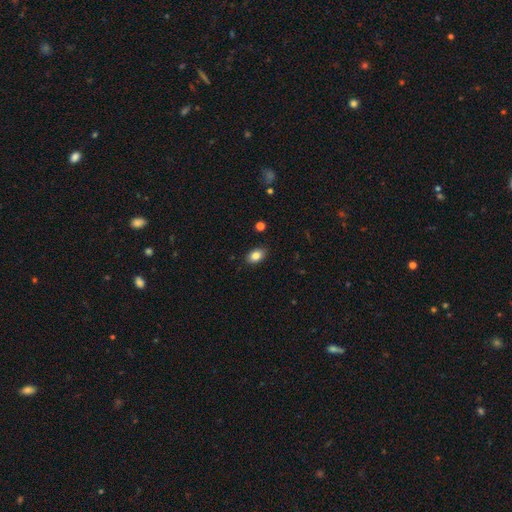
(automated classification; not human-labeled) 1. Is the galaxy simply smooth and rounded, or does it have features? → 84% smooth, 9% star or artifact, 7% featured or disk.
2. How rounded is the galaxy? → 86% in between, 12% round, 1% cigar-shaped.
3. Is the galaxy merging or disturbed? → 87% none, 9% minor disturbance, 2% major disturbance, 1% merger.